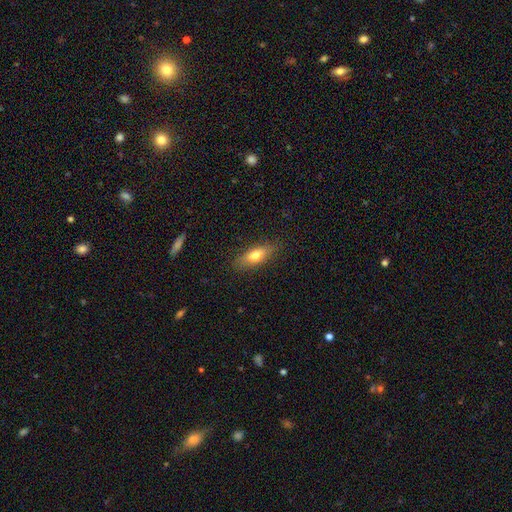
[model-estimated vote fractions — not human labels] Overall: smooth (65%; featured or disk 28%). How rounded: in between (58%; cigar-shaped 38%). Merging: none (84%).